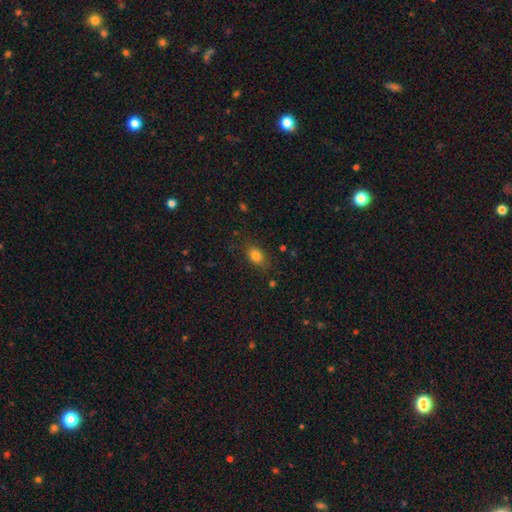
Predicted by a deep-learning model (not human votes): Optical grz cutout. It shows a smooth galaxy with no disk features (81%) that is in between round and cigar-shaped (74%). Merging: none (79%).